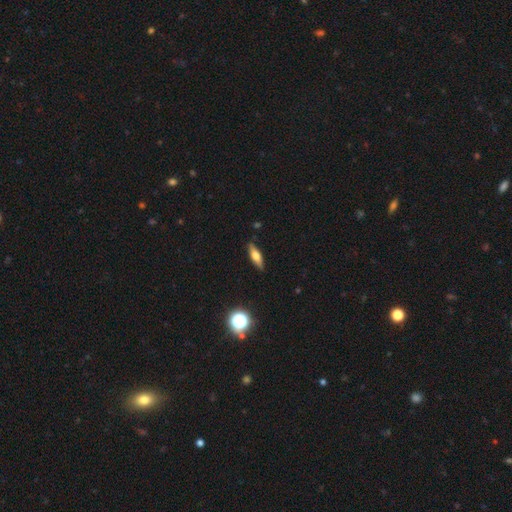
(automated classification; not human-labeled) Overall: smooth (56%; featured or disk 35%). How rounded: cigar-shaped (50%; in between 46%). Merging: none (87%).